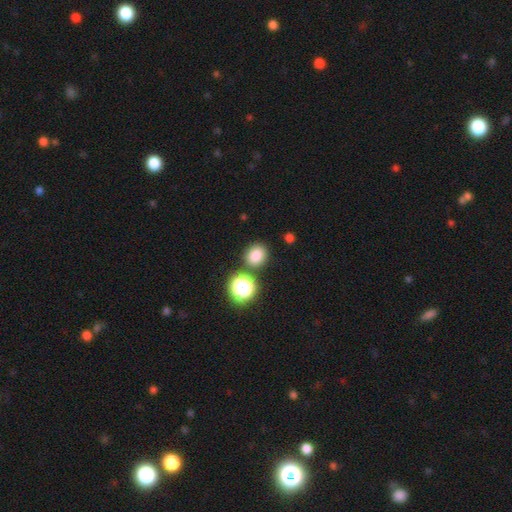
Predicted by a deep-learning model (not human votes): Smooth or featured: smooth — 80% (star or artifact — 15%)
How rounded: round — 77% (in between — 22%)
Merging: none — 80% (minor disturbance — 9%)